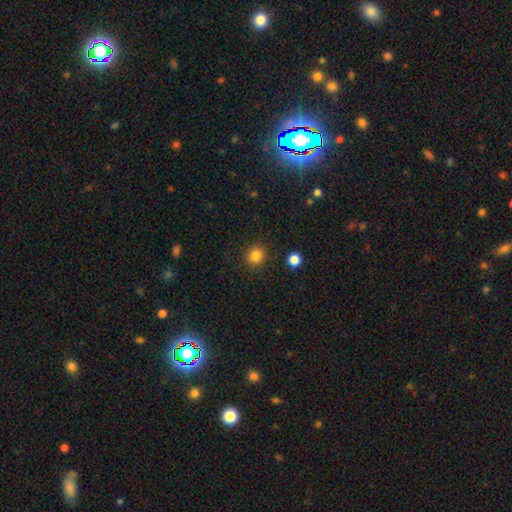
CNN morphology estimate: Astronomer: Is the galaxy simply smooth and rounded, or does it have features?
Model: smooth — 84%.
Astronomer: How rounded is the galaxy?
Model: round — 90%.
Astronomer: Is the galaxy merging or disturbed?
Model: none — 89%.